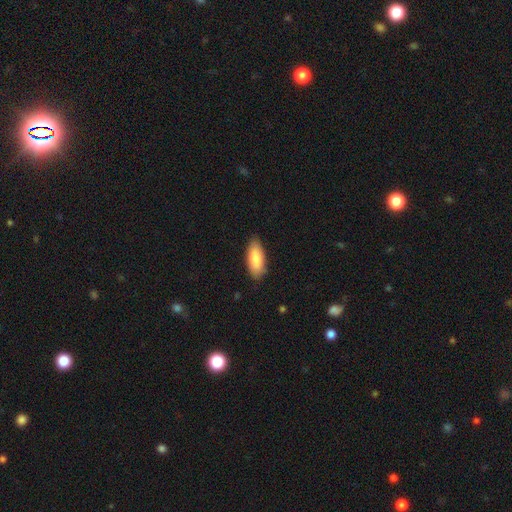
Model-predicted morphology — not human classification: Smooth or featured?
  - smooth: 84% *
  - featured or disk: 10%
  - star or artifact: 6%
How rounded?
  - in between: 80% *
  - cigar-shaped: 18%
  - round: 2%
Merging?
  - none: 85% *
  - minor disturbance: 12%
  - major disturbance: 2%
  - merger: 1%